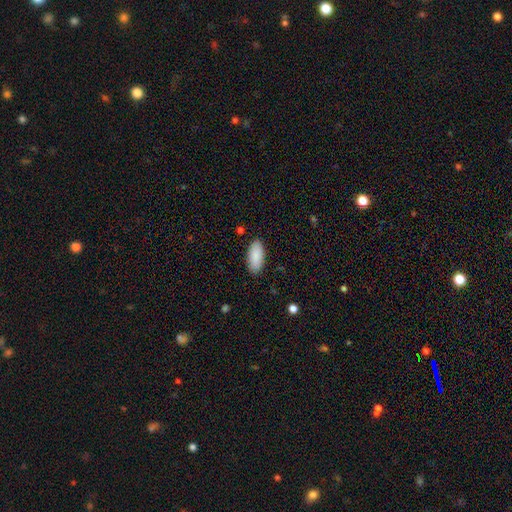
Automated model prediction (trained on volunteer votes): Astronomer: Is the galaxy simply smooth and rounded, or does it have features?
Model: smooth — 89%.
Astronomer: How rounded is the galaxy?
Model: in between — 92%.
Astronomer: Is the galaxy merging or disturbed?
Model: none — 88%.